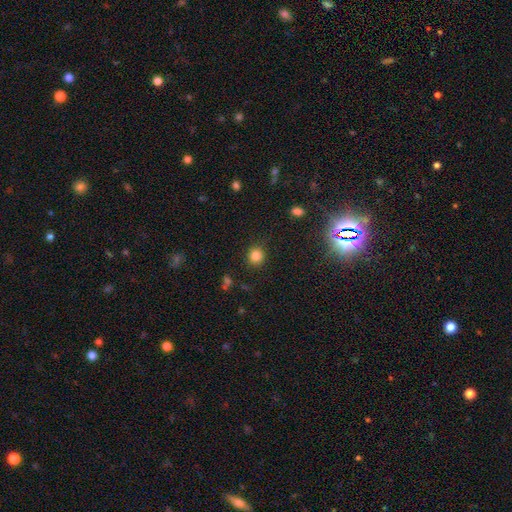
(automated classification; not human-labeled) Smooth or featured? Predicted: smooth (p=0.82). How rounded? Predicted: round (p=0.87). Merging? Predicted: none (p=0.88).